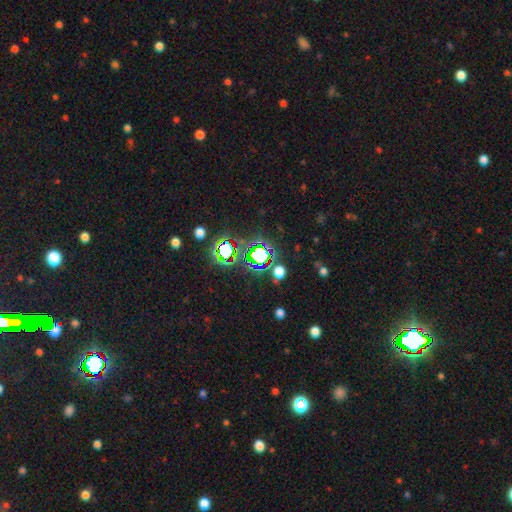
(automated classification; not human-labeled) A star or artifact, not a galaxy (70%).

Vote fractions:
- Smooth or featured? star or artifact: 70% / smooth: 20% / featured or disk: 10%